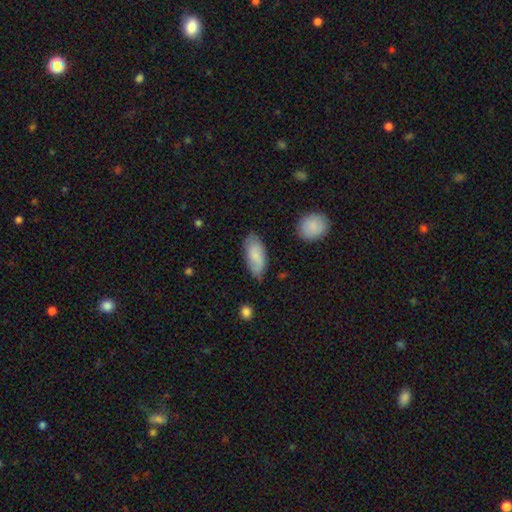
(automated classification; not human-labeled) smooth_or_featured: smooth (p=0.75) [alt: featured or disk p=0.19]
how_rounded: in between (p=0.88) [alt: cigar-shaped p=0.10]
merging: none (p=0.74) [alt: minor disturbance p=0.20]